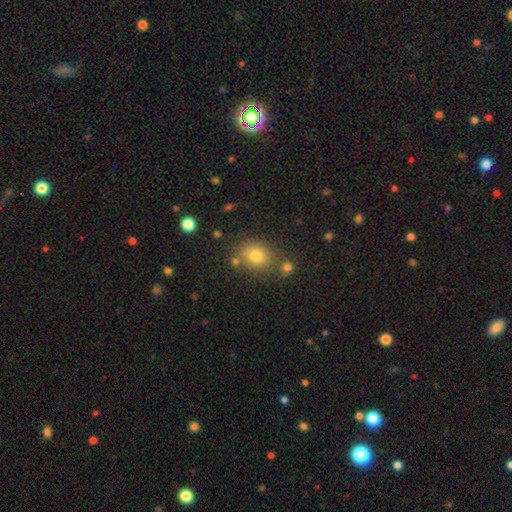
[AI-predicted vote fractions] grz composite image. It shows a smooth galaxy with no disk features (76%) that is round (53%). Merging: none (71%).